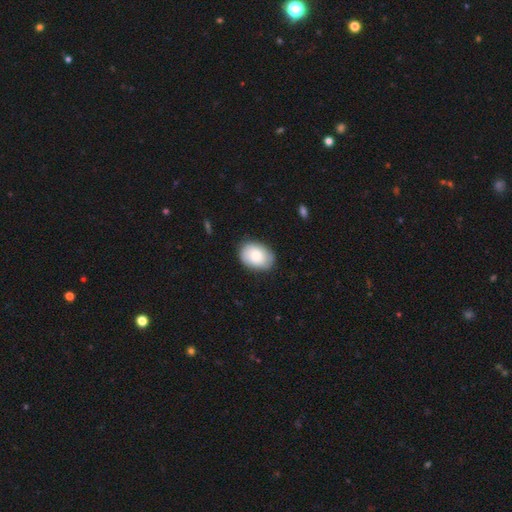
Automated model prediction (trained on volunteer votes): This is likely a smooth galaxy (73%). How rounded: likely in between (76%). Merging: clearly none (82%).